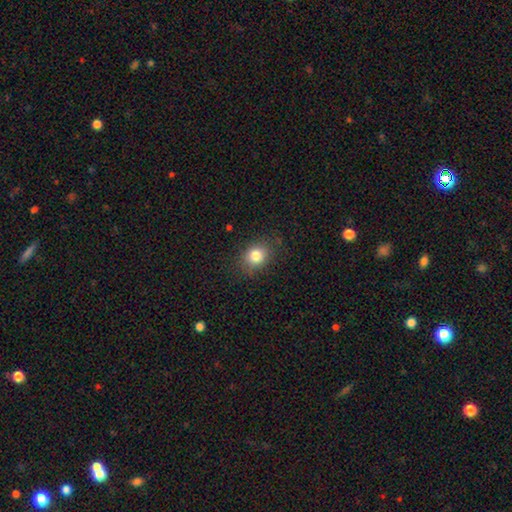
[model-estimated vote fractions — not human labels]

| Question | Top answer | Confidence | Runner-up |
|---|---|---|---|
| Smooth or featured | smooth | 82% | star or artifact (11%) |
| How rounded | round | 60% | in between (39%) |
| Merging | none | 83% | minor disturbance (12%) |